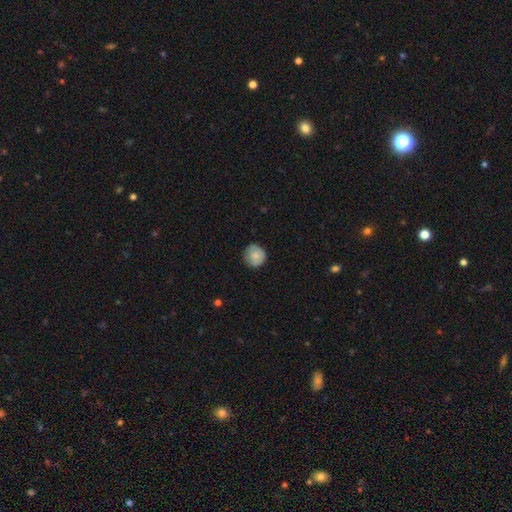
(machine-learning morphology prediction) type=smooth (79%); roundness=round (90%); merging=none (81%).